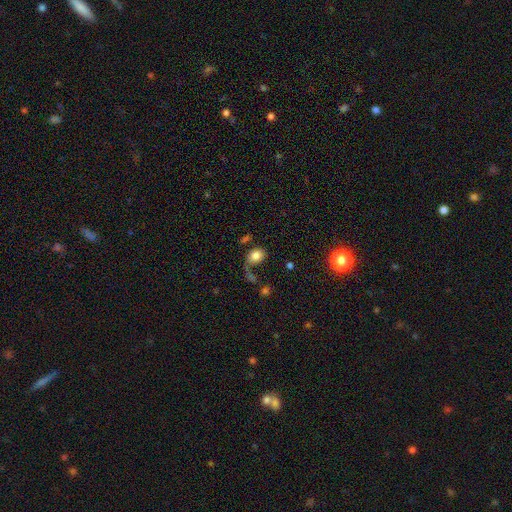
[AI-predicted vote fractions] Morphology: type=smooth (72%); roundness=in between (67%); merging=none (40%).